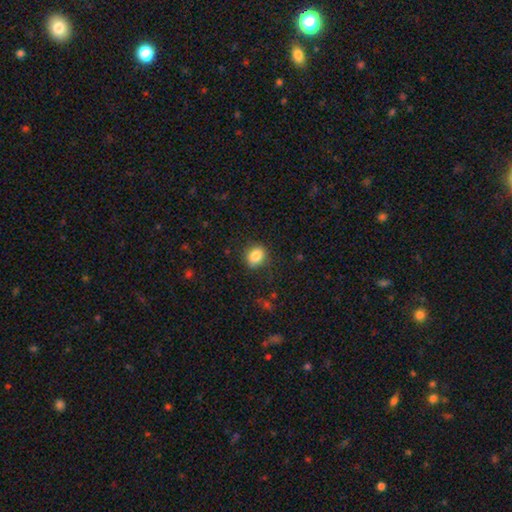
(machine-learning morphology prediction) This appears to be a smooth galaxy with no disk features (85%) that is round (59%). Merging: none (83%).